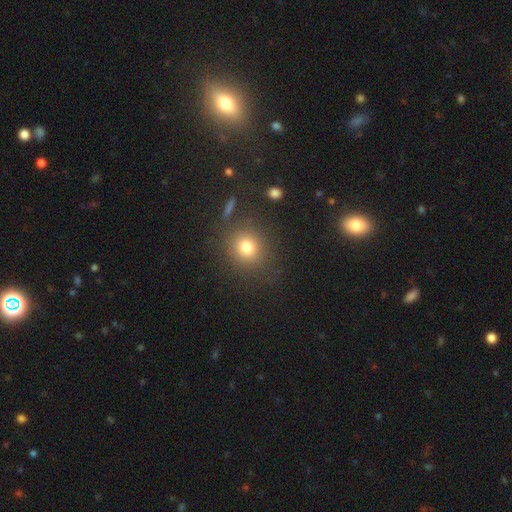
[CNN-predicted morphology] This appears to be a smooth galaxy with no disk features (56%) that is round (84%). Merging: none (85%).